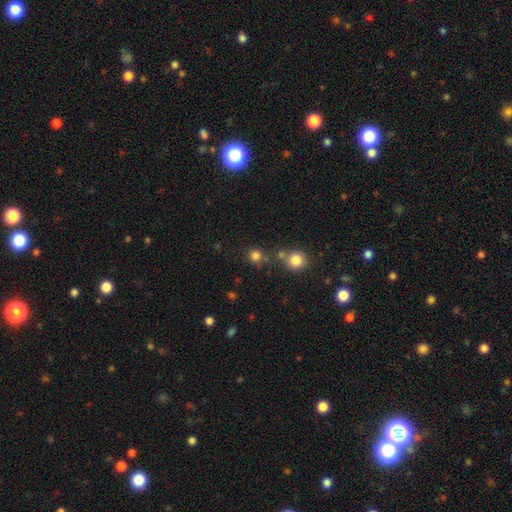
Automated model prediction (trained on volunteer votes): Morphology: type=smooth (80%); roundness=round (89%); merging=none (69%).